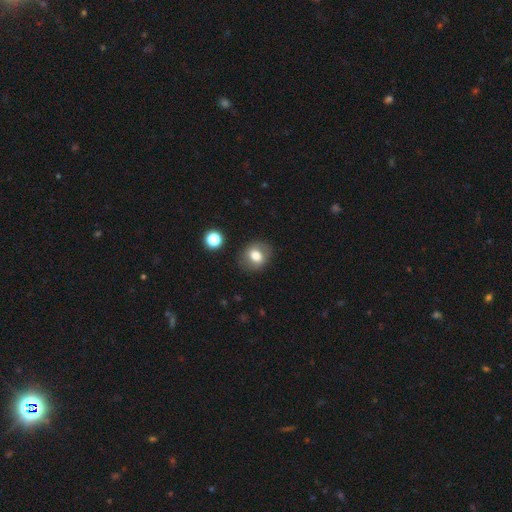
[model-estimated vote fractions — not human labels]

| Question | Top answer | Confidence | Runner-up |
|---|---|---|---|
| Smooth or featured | smooth | 73% | featured or disk (17%) |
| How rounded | round | 62% | in between (37%) |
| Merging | none | 84% | minor disturbance (11%) |